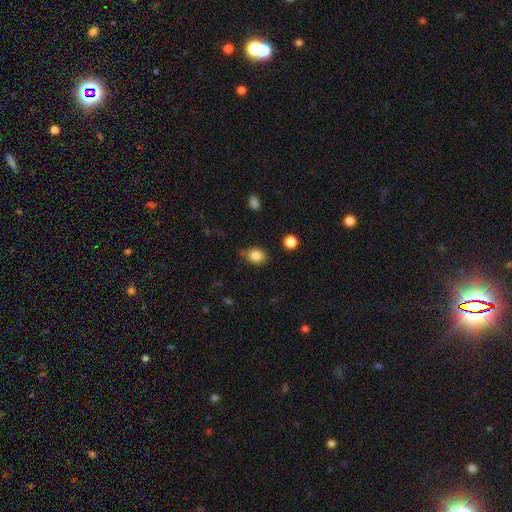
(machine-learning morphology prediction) This is clearly a smooth galaxy (85%). How rounded: possibly in between (58%). Merging: likely none (69%).